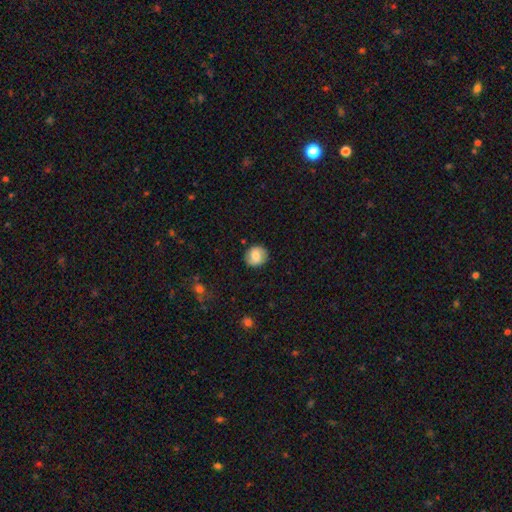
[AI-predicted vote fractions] Overall: smooth (63%; featured or disk 29%). How rounded: round (84%). Merging: none (85%).